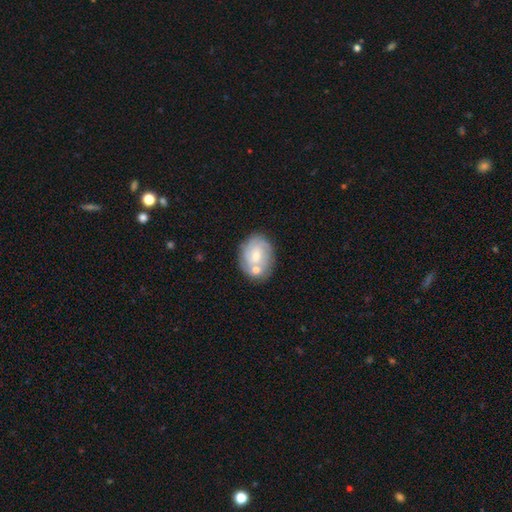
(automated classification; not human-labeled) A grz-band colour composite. It shows a featured or disk galaxy (49%). Merging: none (56%).